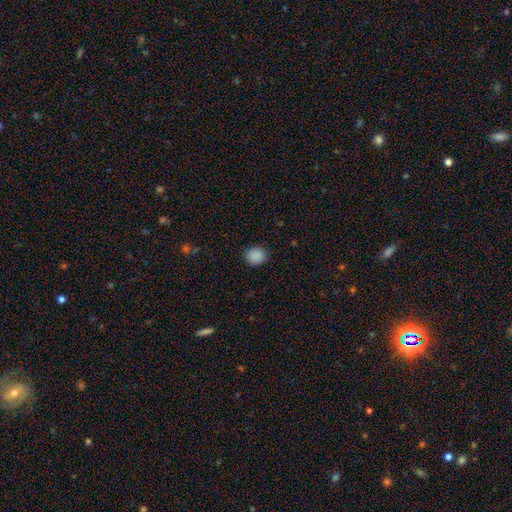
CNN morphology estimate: Smooth or featured: smooth — 89% (star or artifact — 9%)
How rounded: round — 80% (in between — 20%)
Merging: none — 89% (minor disturbance — 7%)